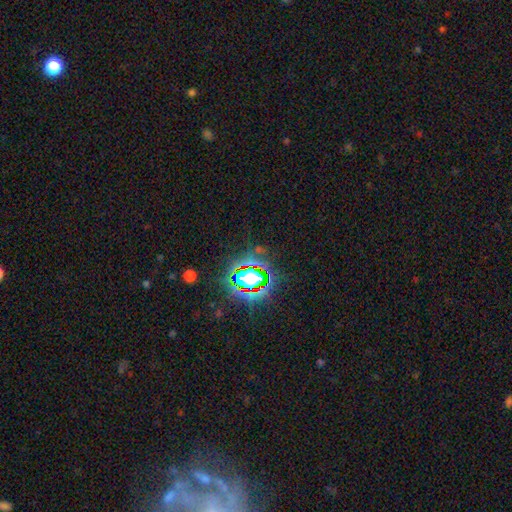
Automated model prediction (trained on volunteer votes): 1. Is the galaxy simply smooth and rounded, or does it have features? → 78% star or artifact, 13% smooth, 8% featured or disk.